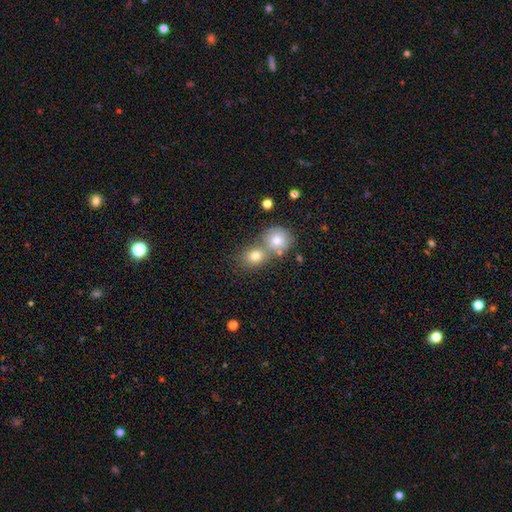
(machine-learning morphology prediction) Smooth or featured? Predicted: smooth (p=0.76). How rounded? Predicted: round (p=0.70). Merging? Predicted: merger (p=0.50).